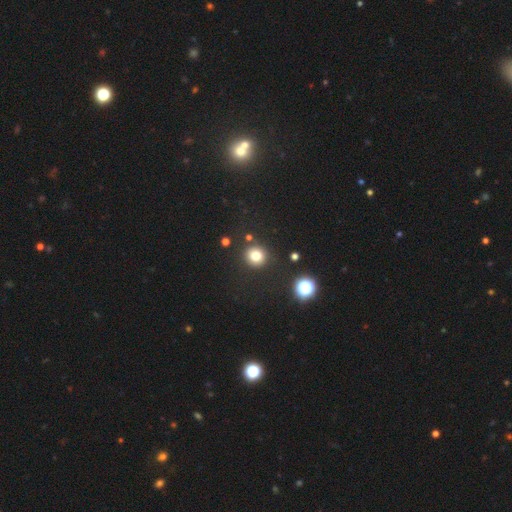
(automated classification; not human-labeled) Morphology: type=smooth (77%); roundness=round (92%); merging=none (86%).